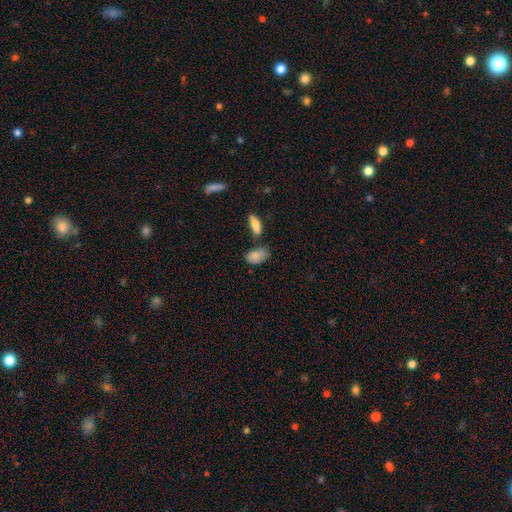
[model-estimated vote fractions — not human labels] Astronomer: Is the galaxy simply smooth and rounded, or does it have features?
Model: smooth — 79%.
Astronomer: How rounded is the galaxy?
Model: in between — 90%.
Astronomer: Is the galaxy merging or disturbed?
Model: none — 48% (runner-up: minor disturbance, 27%).